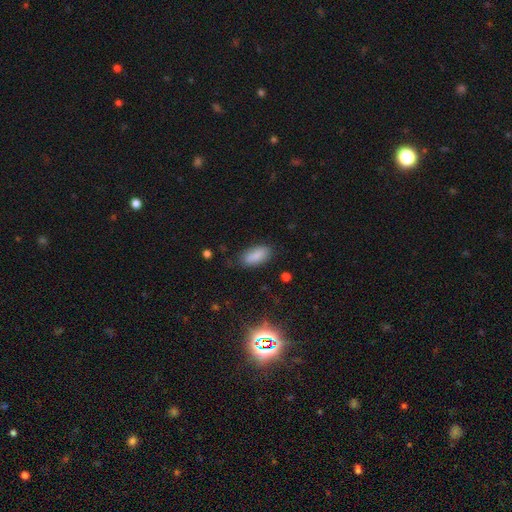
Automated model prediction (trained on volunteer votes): This is clearly a smooth galaxy (84%). How rounded: clearly in between (91%). Merging: likely none (80%).